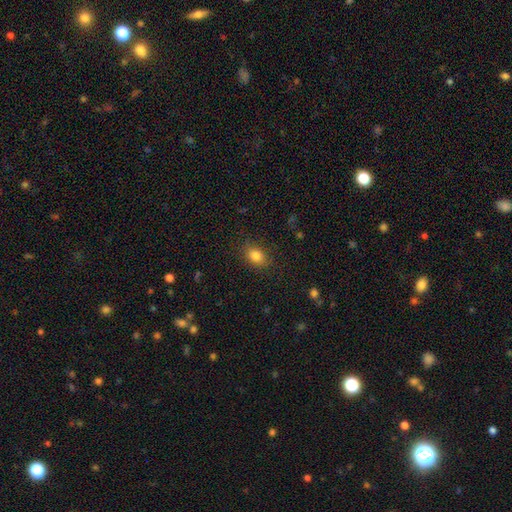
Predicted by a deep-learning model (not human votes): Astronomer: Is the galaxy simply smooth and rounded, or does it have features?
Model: smooth — 84%.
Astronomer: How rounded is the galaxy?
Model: in between — 73%.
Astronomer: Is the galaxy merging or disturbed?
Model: none — 83%.